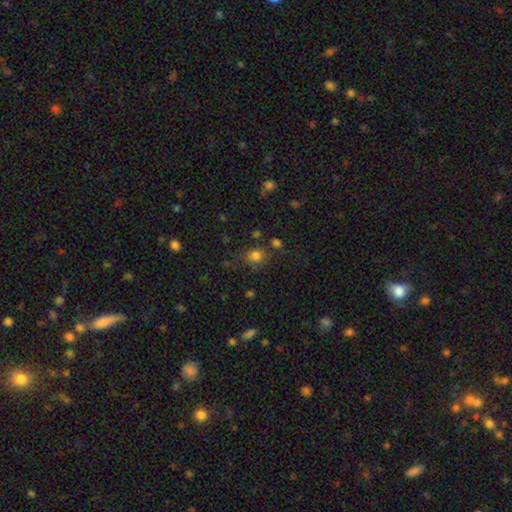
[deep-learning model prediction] Smooth or featured: smooth — 79% (star or artifact — 15%)
How rounded: round — 64% (in between — 35%)
Merging: none — 66% (minor disturbance — 18%)